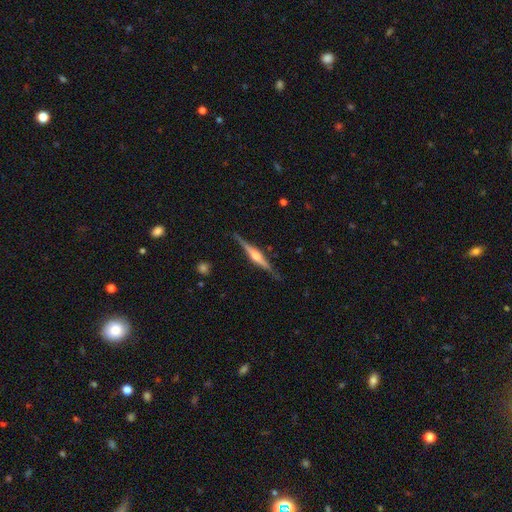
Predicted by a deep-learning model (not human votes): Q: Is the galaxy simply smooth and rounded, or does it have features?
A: featured or disk — 82%.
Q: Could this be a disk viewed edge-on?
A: yes — 98%.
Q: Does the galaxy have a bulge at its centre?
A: rounded — 83%.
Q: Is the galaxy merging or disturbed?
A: none — 87%.